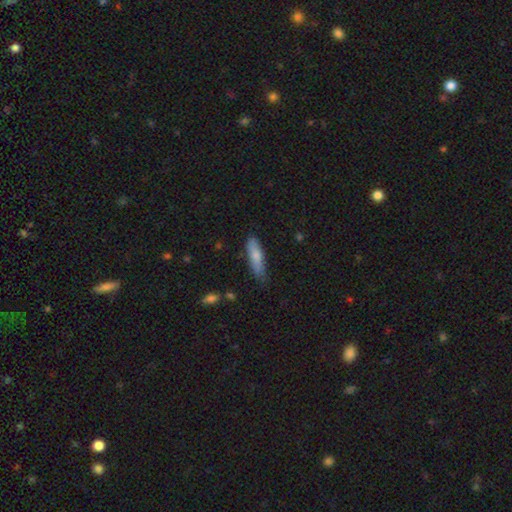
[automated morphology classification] Smooth or featured?
  - smooth: 77% *
  - featured or disk: 17%
  - star or artifact: 6%
How rounded?
  - cigar-shaped: 63% *
  - in between: 36%
  - round: 2%
Merging?
  - none: 66% *
  - minor disturbance: 27%
  - major disturbance: 5%
  - merger: 2%